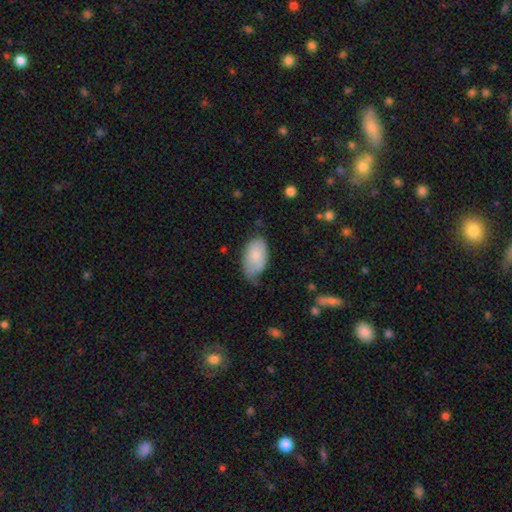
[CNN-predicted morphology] The model was most divided on "merging": none: 48%, minor disturbance: 40%, major disturbance: 10%, merger: 2%. More confident: how rounded — in between (94%); smooth or featured — smooth (80%).